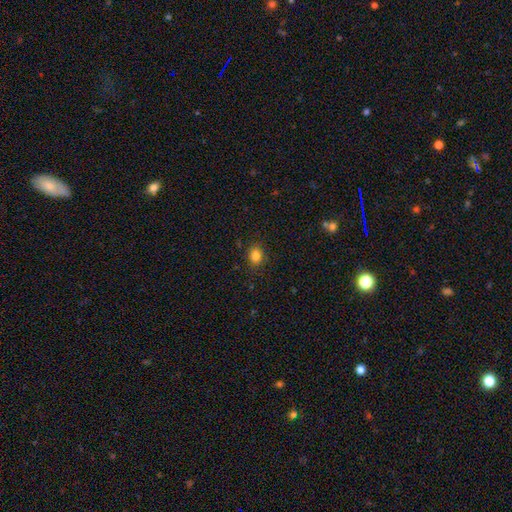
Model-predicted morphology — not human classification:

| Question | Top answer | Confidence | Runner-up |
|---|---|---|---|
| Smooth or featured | smooth | 84% | star or artifact (11%) |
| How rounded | in between | 51% | round (48%) |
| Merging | none | 86% | minor disturbance (10%) |